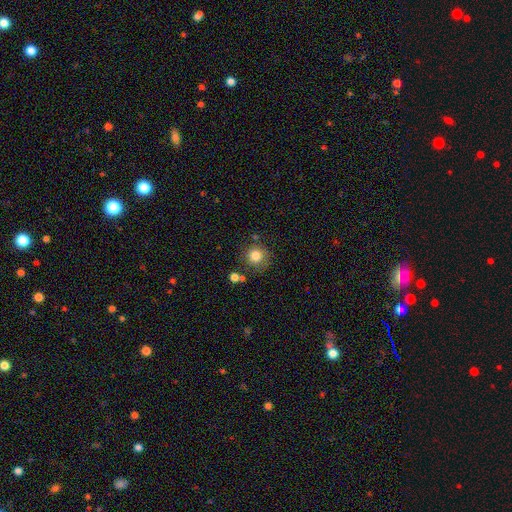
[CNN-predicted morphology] This appears to be a smooth galaxy with no disk features (81%) that is round (92%). Merging: none (75%).